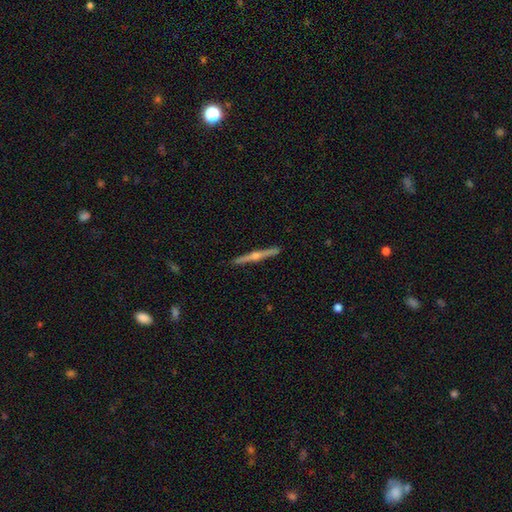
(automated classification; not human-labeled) Smooth or featured? featured or disk (68%)
Edge-on disk? yes (95%)
Edge-on bulge? rounded (81%)
Merging? none (87%)